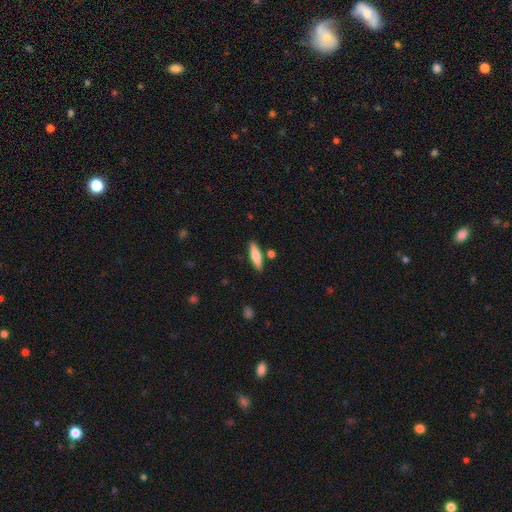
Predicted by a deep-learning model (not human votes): A smooth galaxy with no disk features (72%) that is cigar-shaped (66%).

Vote fractions:
- Smooth or featured? smooth: 72% / featured or disk: 22% / star or artifact: 6%
- How rounded? cigar-shaped: 66% / in between: 32% / round: 2%
- Merging? none: 84% / minor disturbance: 10% / merger: 4% / major disturbance: 2%